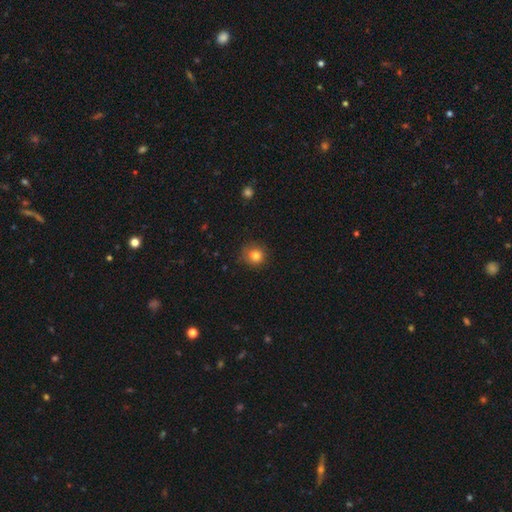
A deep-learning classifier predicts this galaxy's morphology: A smooth galaxy with no disk features (82%) that is round (91%). Merging: none (84%).